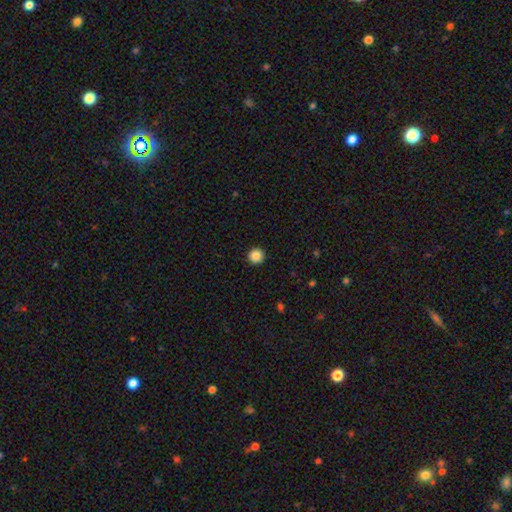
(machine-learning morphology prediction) A smooth galaxy with no disk features (86%) that is round (96%).

Vote fractions:
- Smooth or featured? smooth: 86% / star or artifact: 10% / featured or disk: 4%
- How rounded? round: 96% / in between: 3% / cigar-shaped: 1%
- Merging? none: 94% / minor disturbance: 4% / major disturbance: 1% / merger: 1%